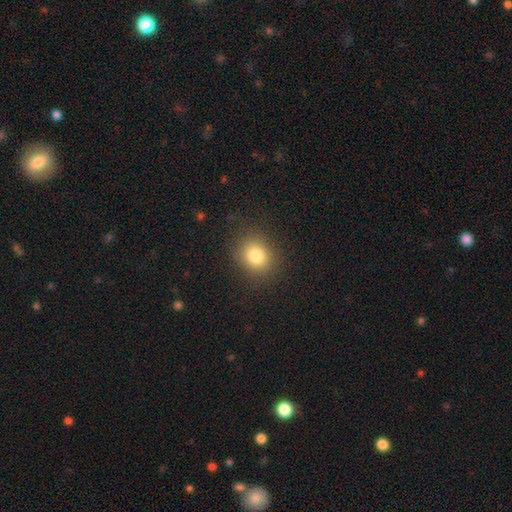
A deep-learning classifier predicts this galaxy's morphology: This is clearly a smooth galaxy (81%). How rounded: likely round (71%). Merging: clearly none (86%).